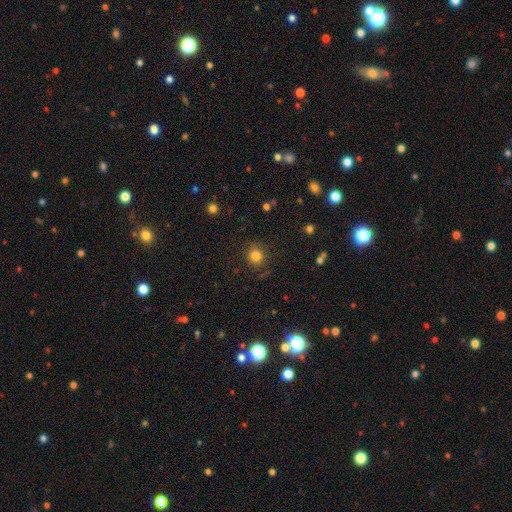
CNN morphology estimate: Smooth or featured: smooth — 82% (star or artifact — 12%)
How rounded: round — 87% (in between — 12%)
Merging: none — 83% (minor disturbance — 11%)